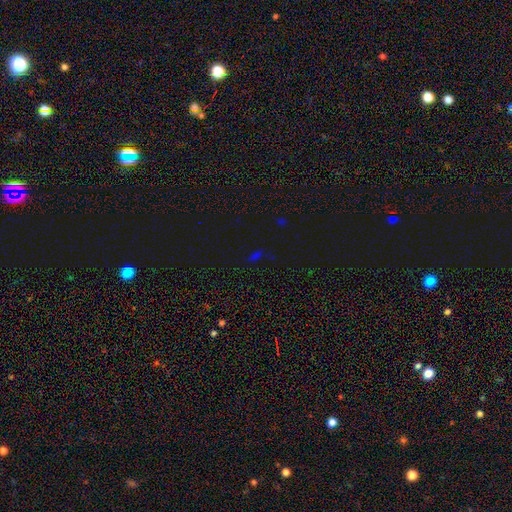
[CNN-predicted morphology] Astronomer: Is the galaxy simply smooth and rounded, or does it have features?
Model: star or artifact — 56% (runner-up: smooth, 34%).